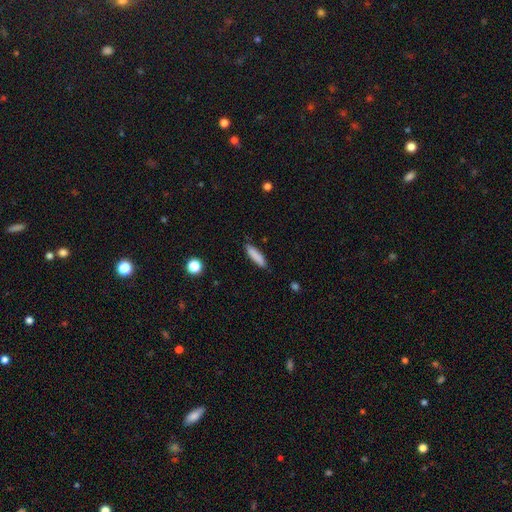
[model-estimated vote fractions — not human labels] A smooth galaxy with no disk features (85%) that is cigar-shaped (74%). Merging: none (84%).